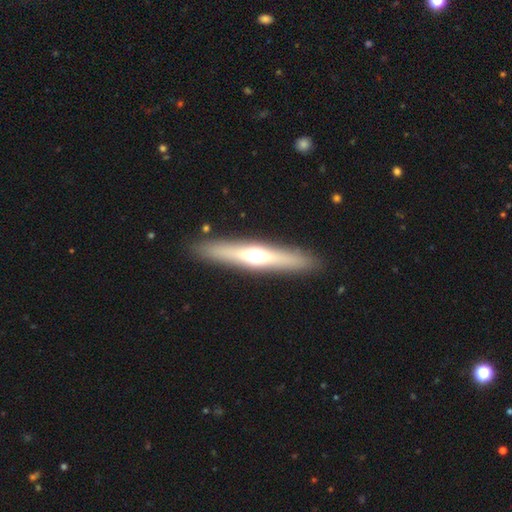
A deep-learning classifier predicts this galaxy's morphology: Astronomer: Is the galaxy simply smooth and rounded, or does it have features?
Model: featured or disk — 54% (runner-up: smooth, 39%).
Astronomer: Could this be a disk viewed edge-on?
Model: yes — 90%.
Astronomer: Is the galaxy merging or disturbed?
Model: none — 89%.